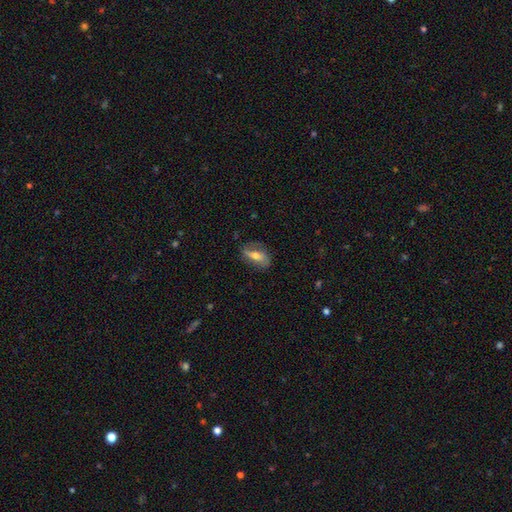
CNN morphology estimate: Overall: featured or disk (50%; smooth 42%). Edge-on disk: no (79%). Merging: none (69%).